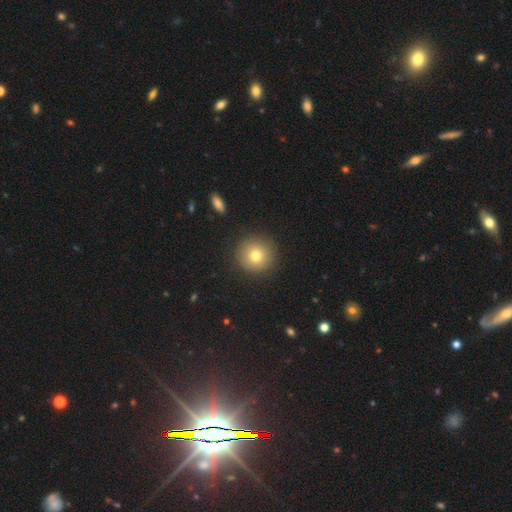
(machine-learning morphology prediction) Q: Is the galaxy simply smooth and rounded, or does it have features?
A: smooth — 77%.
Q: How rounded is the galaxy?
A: round — 95%.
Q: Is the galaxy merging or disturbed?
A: none — 90%.